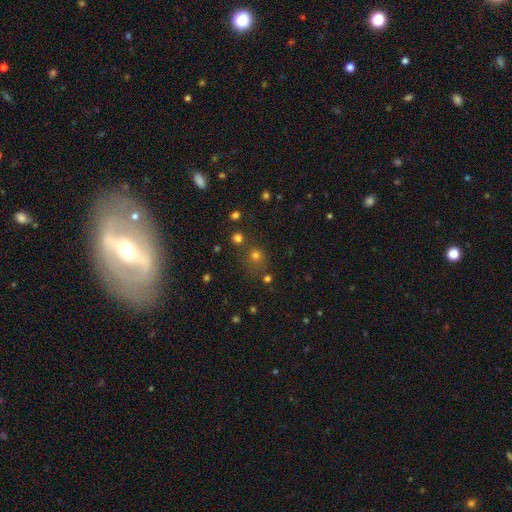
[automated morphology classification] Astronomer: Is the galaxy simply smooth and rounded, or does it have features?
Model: smooth — 66%.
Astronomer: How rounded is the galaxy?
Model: round — 86%.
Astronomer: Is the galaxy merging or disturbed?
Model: none — 70%.